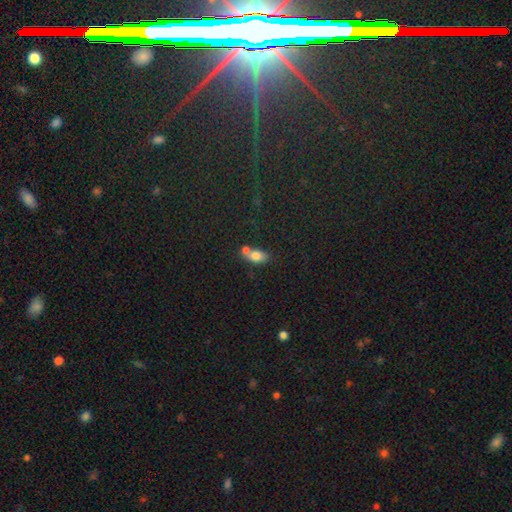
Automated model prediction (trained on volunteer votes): This is likely a smooth galaxy (76%). How rounded: clearly in between (80%). Merging: possibly merger (46%).